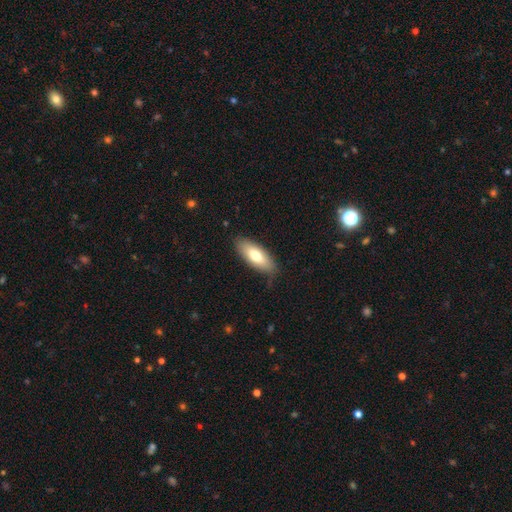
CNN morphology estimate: smooth 71%, featured or disk 23%, star or artifact 6%. Down the decision tree: how rounded — in between (76%); merging — none (81%).